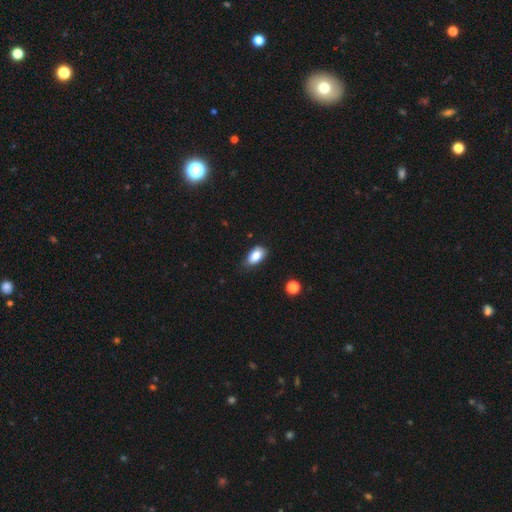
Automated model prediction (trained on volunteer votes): smooth_or_featured: smooth (p=0.84) [alt: star or artifact p=0.08]
how_rounded: in between (p=0.92) [alt: round p=0.05]
merging: none (p=0.75) [alt: minor disturbance p=0.21]